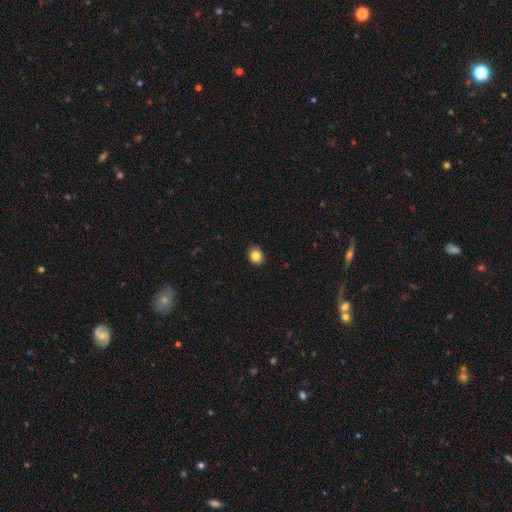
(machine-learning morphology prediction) smooth 84%, star or artifact 10%, featured or disk 6%. Down the decision tree: how rounded — round (67%); merging — none (92%).